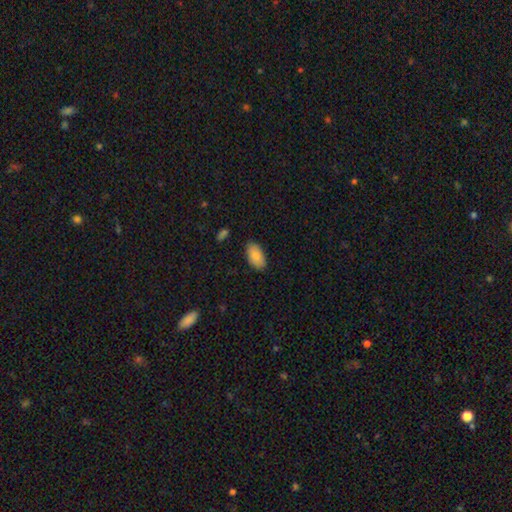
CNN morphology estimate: Smooth or featured: smooth — 84% (featured or disk — 10%)
How rounded: in between — 95% (round — 3%)
Merging: none — 84% (minor disturbance — 12%)